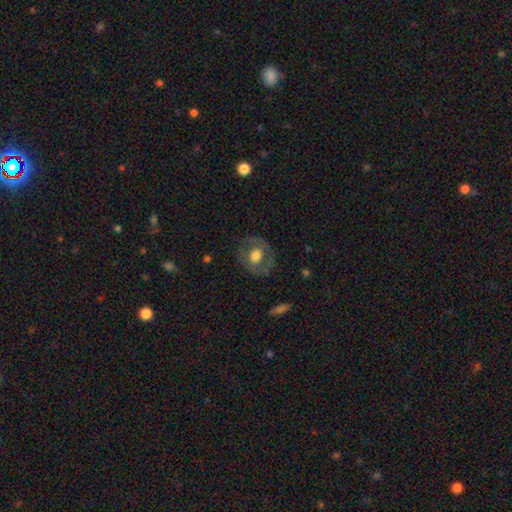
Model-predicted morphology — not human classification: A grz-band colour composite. It shows a smooth galaxy with no disk features (52%) that is round (71%). Merging: none (76%).